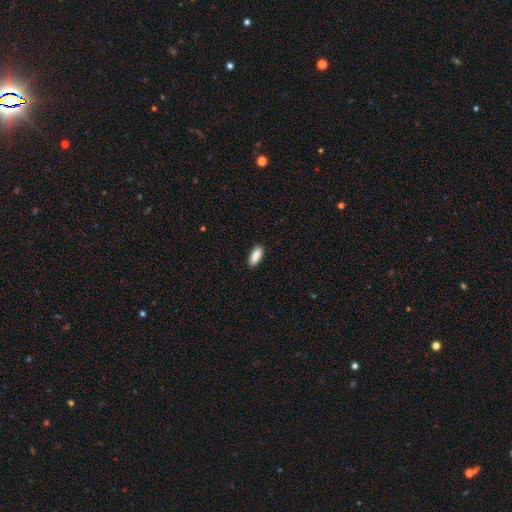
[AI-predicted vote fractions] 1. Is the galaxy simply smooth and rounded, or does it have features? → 89% smooth, 6% star or artifact, 5% featured or disk.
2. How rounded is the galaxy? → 86% in between, 12% cigar-shaped, 2% round.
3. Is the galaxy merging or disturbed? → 90% none, 7% minor disturbance, 2% major disturbance, 1% merger.